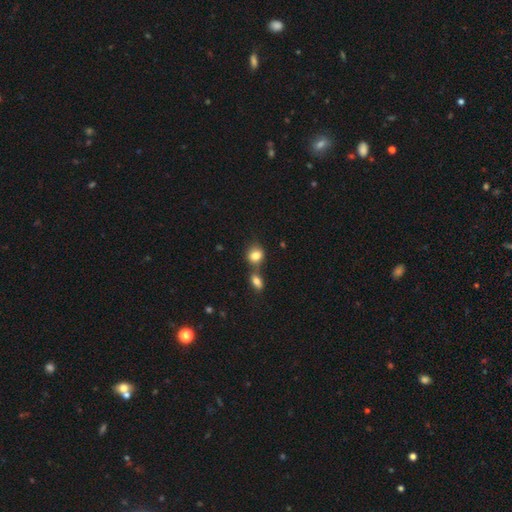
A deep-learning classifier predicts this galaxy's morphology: Smooth or featured? Predicted: smooth (p=0.82). How rounded? Predicted: round (p=0.61). Merging? Predicted: none (p=0.49).